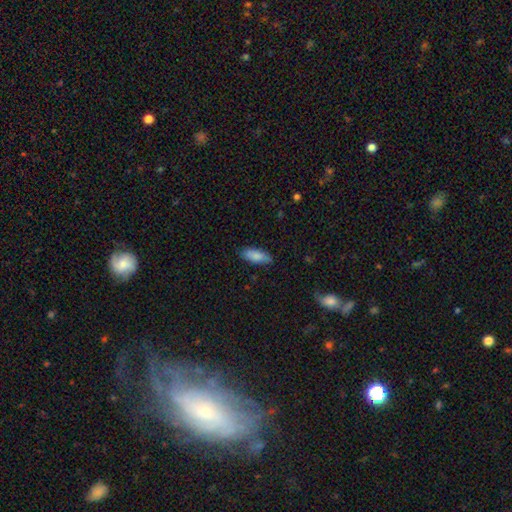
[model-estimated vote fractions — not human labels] A smooth galaxy with no disk features (84%) that is in between round and cigar-shaped (74%).

Vote fractions:
- Smooth or featured? smooth: 84% / featured or disk: 10% / star or artifact: 6%
- How rounded? in between: 74% / cigar-shaped: 24% / round: 2%
- Merging? none: 83% / minor disturbance: 13% / major disturbance: 2% / merger: 1%